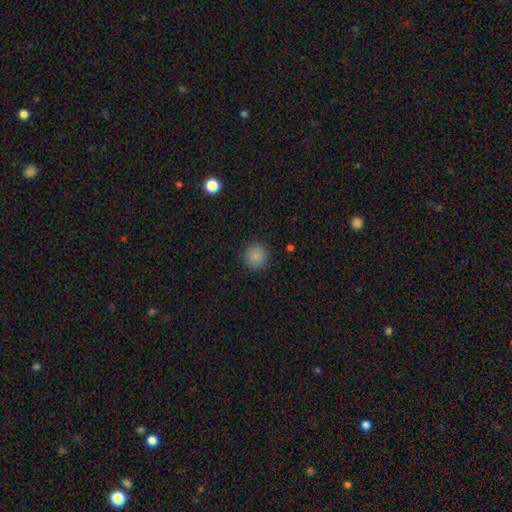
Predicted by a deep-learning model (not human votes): A smooth galaxy with no disk features (87%) that is round (94%). Merging: none (91%).